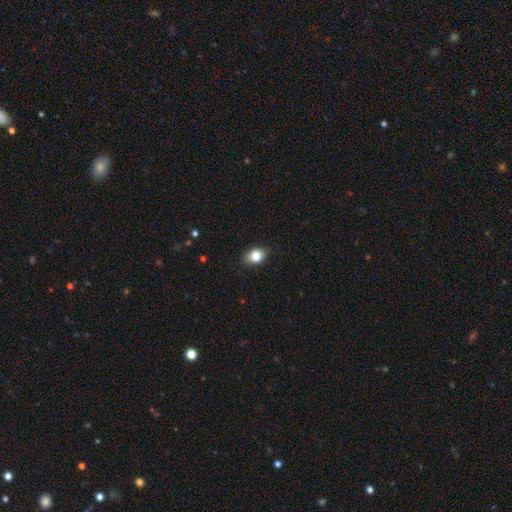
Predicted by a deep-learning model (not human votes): Morphology: type=smooth (80%); roundness=in between (68%); merging=none (86%).